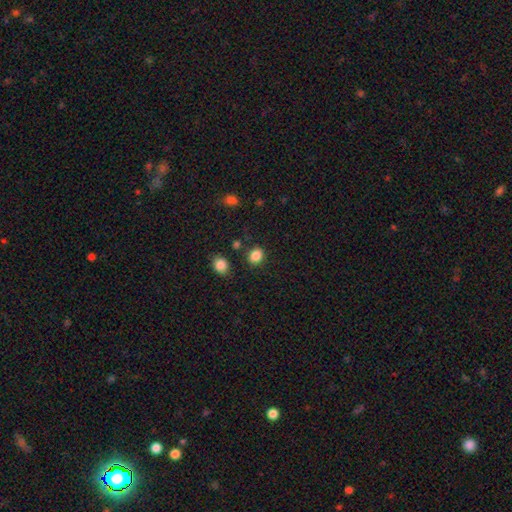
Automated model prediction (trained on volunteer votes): A smooth galaxy with no disk features (86%) that is round (63%). Merging: none (83%).